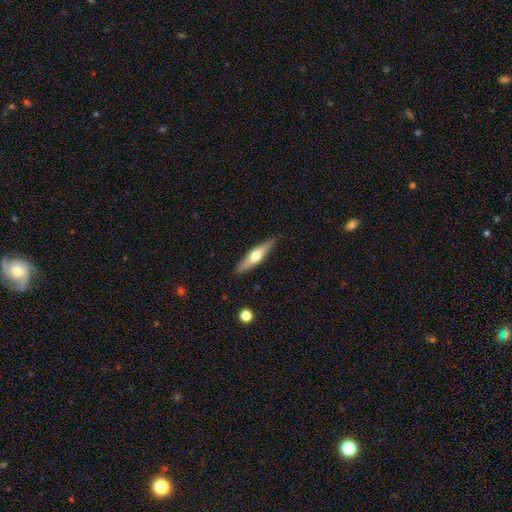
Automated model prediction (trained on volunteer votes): Overall: featured or disk (55%; smooth 39%). Edge-on disk: yes (94%). Edge-on bulge: rounded (93%). Merging: none (89%).